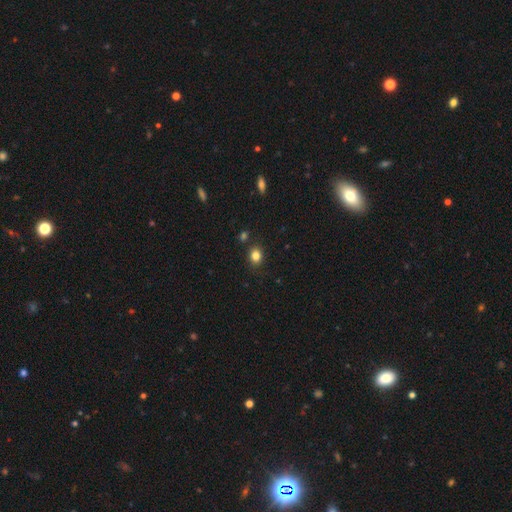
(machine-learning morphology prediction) Smooth or featured: smooth — 83% (star or artifact — 12%)
How rounded: round — 54% (in between — 45%)
Merging: none — 83% (minor disturbance — 10%)